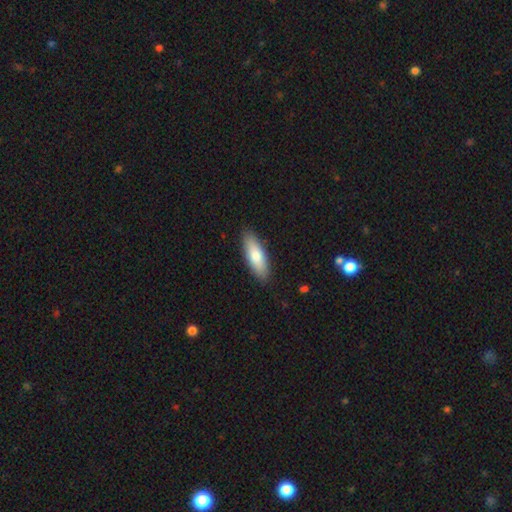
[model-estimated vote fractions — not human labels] Smooth or featured: smooth — 77% (featured or disk — 17%)
How rounded: in between — 60% (cigar-shaped — 38%)
Merging: none — 89% (minor disturbance — 9%)